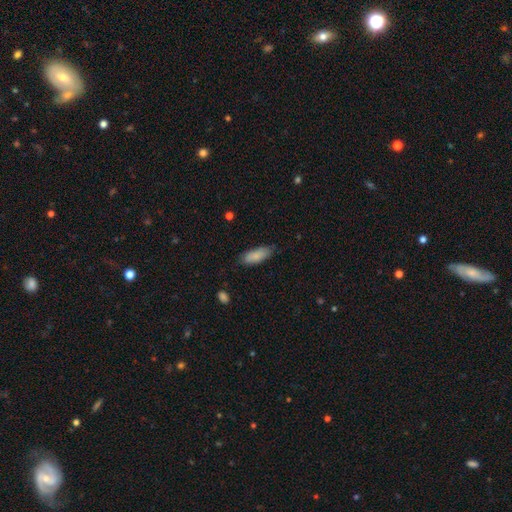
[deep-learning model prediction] A smooth galaxy with no disk features (85%) that is in between round and cigar-shaped (73%). Merging: none (76%).